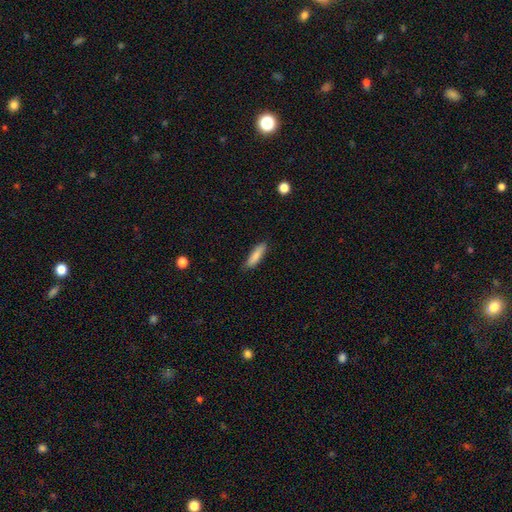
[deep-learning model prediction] Smooth or featured? smooth (84%)
How rounded? cigar-shaped (69%)
Merging? none (83%)